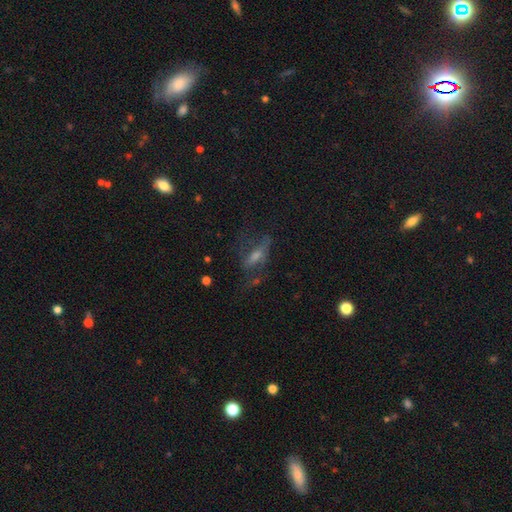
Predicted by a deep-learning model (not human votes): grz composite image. It shows a featured or disk galaxy (52%). Merging: none (47%).